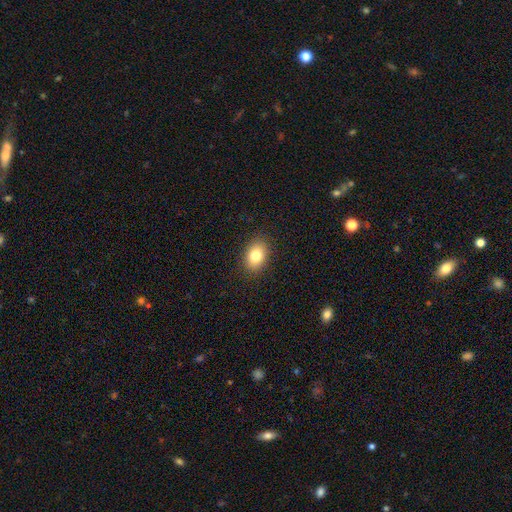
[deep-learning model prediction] smooth_or_featured: smooth (p=0.81) [alt: featured or disk p=0.10]
how_rounded: in between (p=0.79) [alt: round p=0.20]
merging: none (p=0.89) [alt: minor disturbance p=0.08]